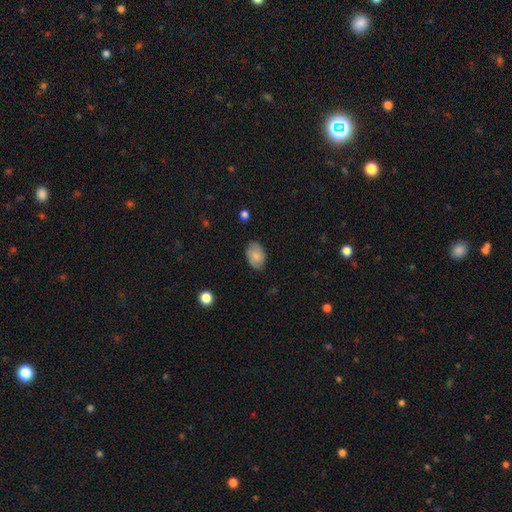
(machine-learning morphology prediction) A smooth galaxy with no disk features (79%) that is in between round and cigar-shaped (86%).

Vote fractions:
- Smooth or featured? smooth: 79% / featured or disk: 14% / star or artifact: 7%
- How rounded? in between: 86% / round: 13% / cigar-shaped: 1%
- Merging? none: 79% / minor disturbance: 17% / major disturbance: 3% / merger: 1%